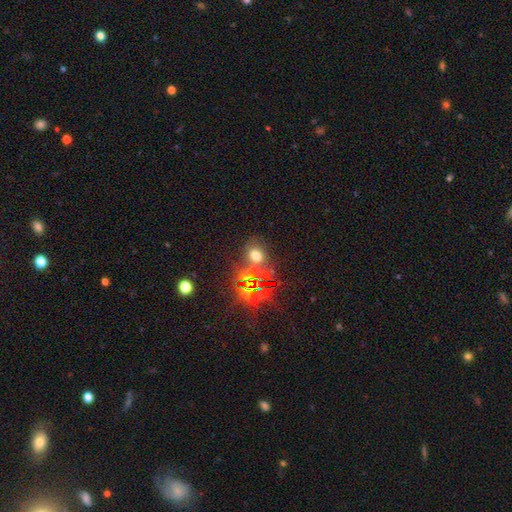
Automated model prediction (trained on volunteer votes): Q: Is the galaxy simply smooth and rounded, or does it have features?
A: smooth — 55%.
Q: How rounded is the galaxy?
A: round — 49%, tied with in between.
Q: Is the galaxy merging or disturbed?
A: none — 70%.